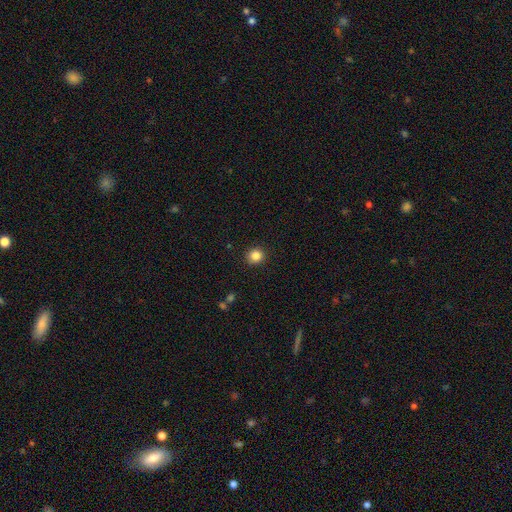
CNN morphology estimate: This appears to be a smooth galaxy with no disk features (84%) that is round (89%). Merging: none (91%).